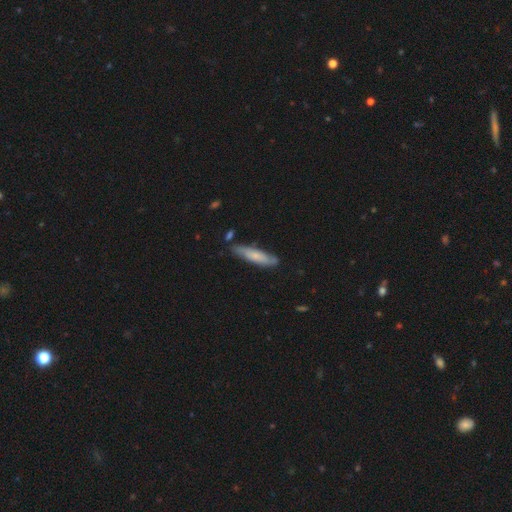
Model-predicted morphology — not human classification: Smooth or featured: smooth — 61% (featured or disk — 33%)
How rounded: cigar-shaped — 80% (in between — 18%)
Merging: none — 75% (minor disturbance — 18%)